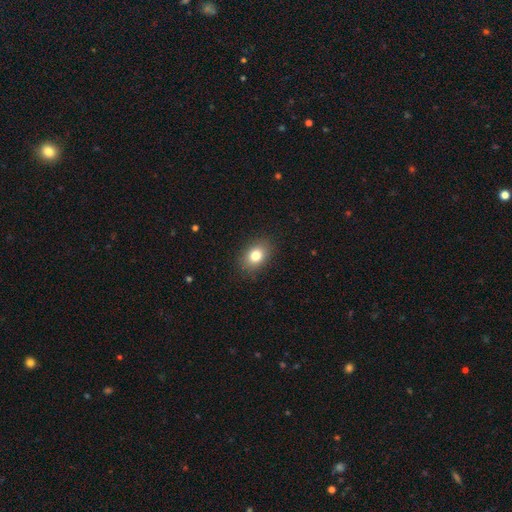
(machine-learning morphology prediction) Overall: smooth (81%). How rounded: in between (72%). Merging: none (88%).